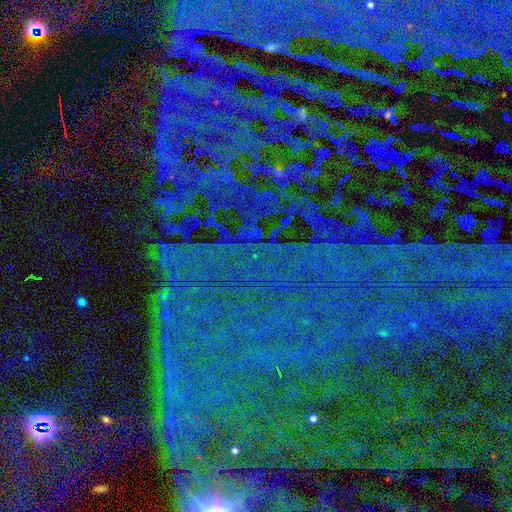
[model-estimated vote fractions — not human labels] smooth_or_featured: star or artifact (p=0.87) [alt: featured or disk p=0.07]